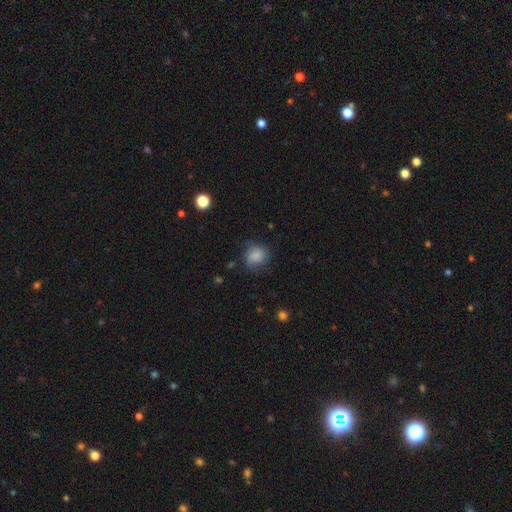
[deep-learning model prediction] This is likely a smooth galaxy (77%). How rounded: likely round (76%). Merging: possibly none (58%).